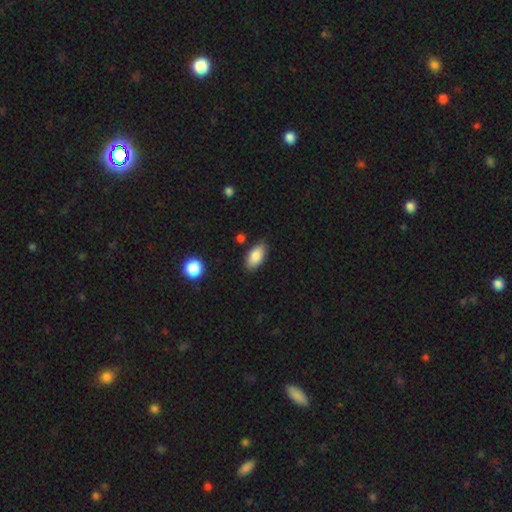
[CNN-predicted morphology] type=smooth (85%); roundness=in between (93%); merging=none (82%).